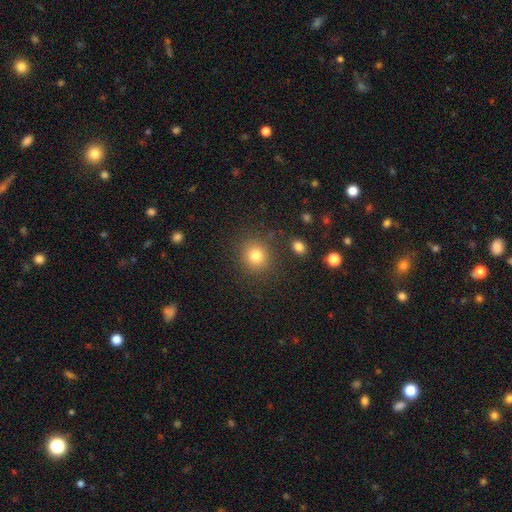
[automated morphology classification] This is clearly a smooth galaxy (81%). How rounded: clearly round (84%). Merging: clearly none (86%).